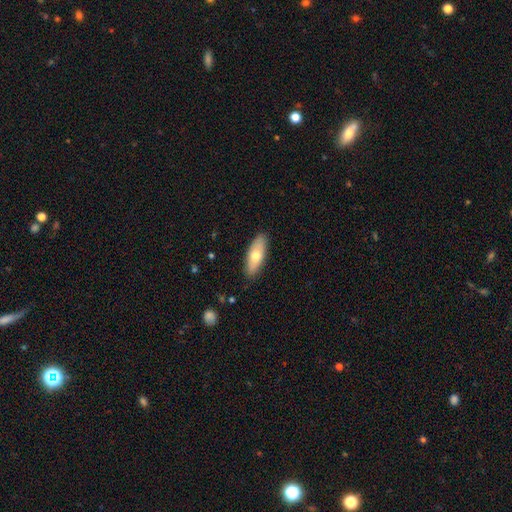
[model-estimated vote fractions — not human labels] Overall: smooth (66%; featured or disk 29%). How rounded: in between (71%). Merging: none (87%).